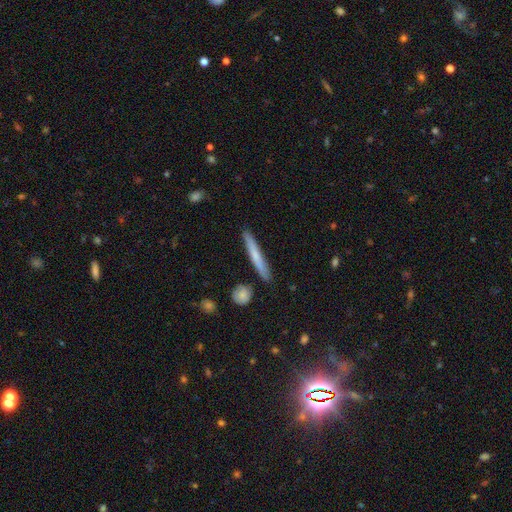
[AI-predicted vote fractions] Smooth or featured?
  - smooth: 59% *
  - featured or disk: 35%
  - star or artifact: 6%
How rounded?
  - cigar-shaped: 95% *
  - in between: 3%
  - round: 2%
Merging?
  - none: 88% *
  - minor disturbance: 8%
  - merger: 2%
  - major disturbance: 2%